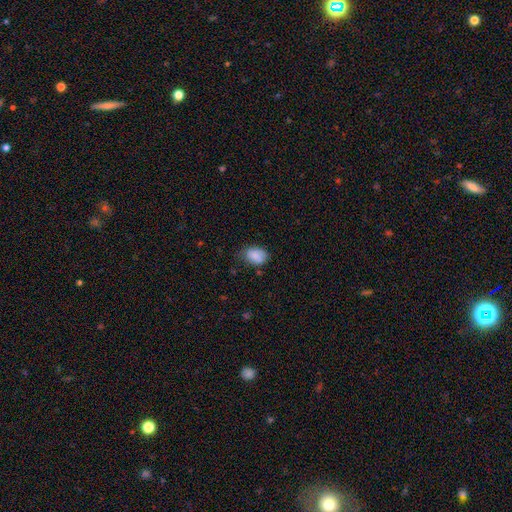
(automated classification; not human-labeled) This is clearly a smooth galaxy (86%). How rounded: clearly in between (81%). Merging: likely none (65%).